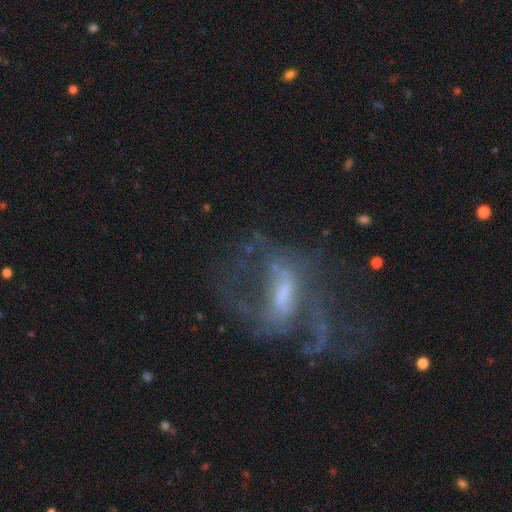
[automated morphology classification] Smooth or featured?
  - featured or disk: 75% *
  - star or artifact: 15%
  - smooth: 10%
Edge-on disk?
  - no: 91% *
  - yes: 9%
Bar?
  - weak: 42% *
  - strong: 34%
  - no: 24%
Spiral arms?
  - yes: 73% *
  - no: 27%
Bulge size?
  - small: 43% *
  - moderate: 37%
  - none: 14%
  - large: 5%
  - dominant: 1%
Merging?
  - none: 47% *
  - major disturbance: 34%
  - minor disturbance: 16%
  - merger: 3%